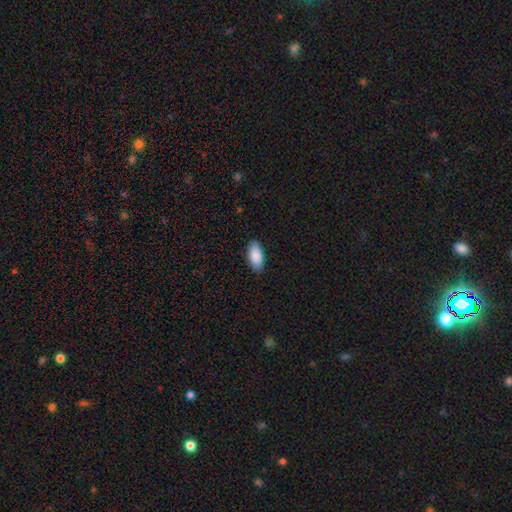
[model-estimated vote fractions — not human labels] Morphology: type=smooth (89%); roundness=in between (92%); merging=none (88%).